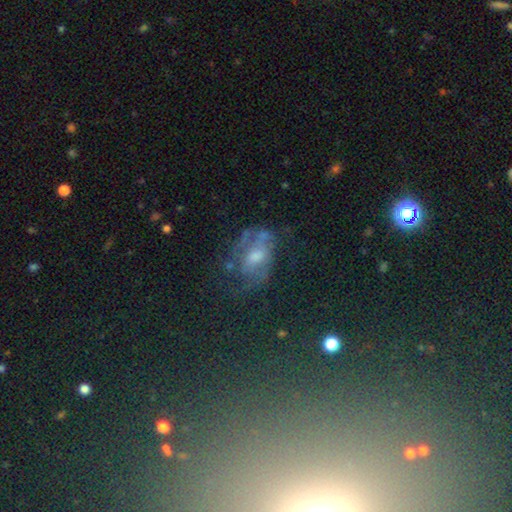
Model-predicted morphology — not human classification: Overall: featured or disk (53%; smooth 24%). Edge-on disk: no (94%). Merging: none (51%; minor disturbance 23%).